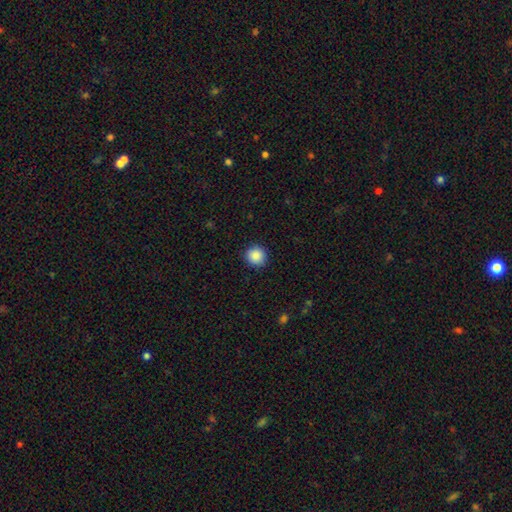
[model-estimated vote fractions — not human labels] Smooth or featured? smooth (88%)
How rounded? round (92%)
Merging? none (91%)